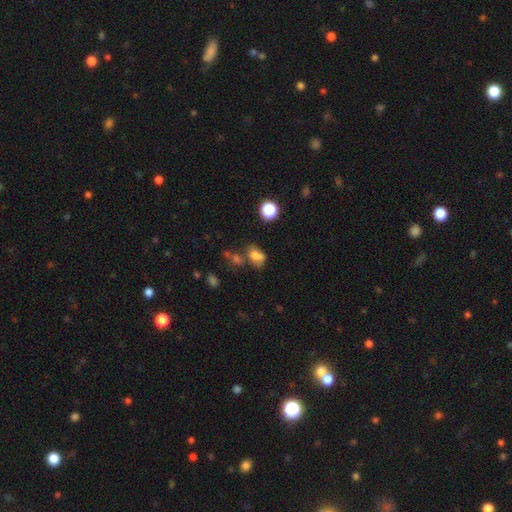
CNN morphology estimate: type=smooth (69%); roundness=in between (72%); merging=none (39%).